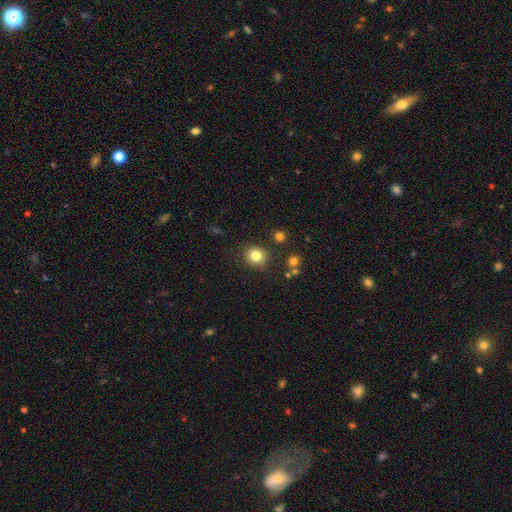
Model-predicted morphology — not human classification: Overall: smooth (81%). How rounded: round (82%). Merging: none (85%).